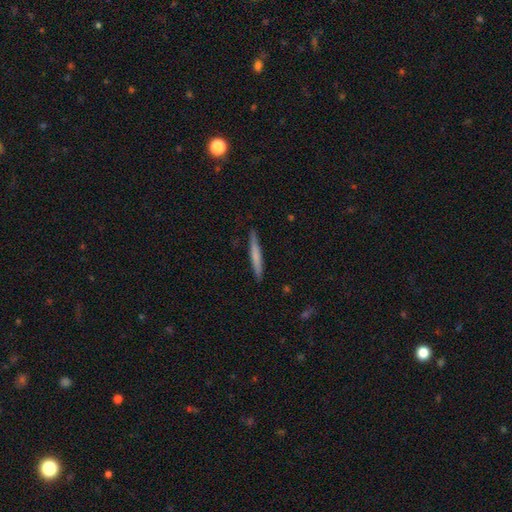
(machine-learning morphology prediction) Smooth or featured? Predicted: smooth (p=0.66). How rounded? Predicted: cigar-shaped (p=0.96). Merging? Predicted: none (p=0.89).